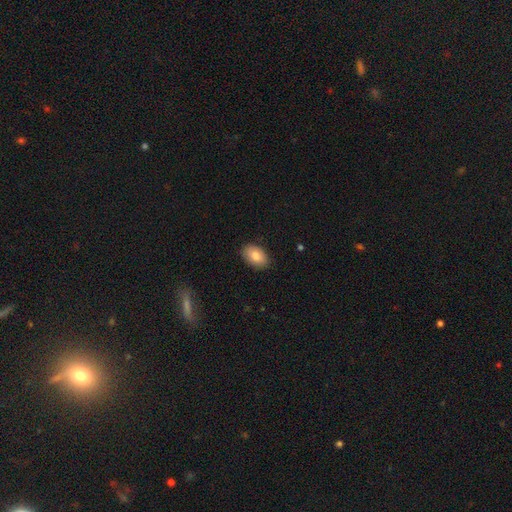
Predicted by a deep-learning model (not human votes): Smooth or featured: smooth — 84% (featured or disk — 9%)
How rounded: in between — 91% (round — 8%)
Merging: none — 86% (minor disturbance — 11%)